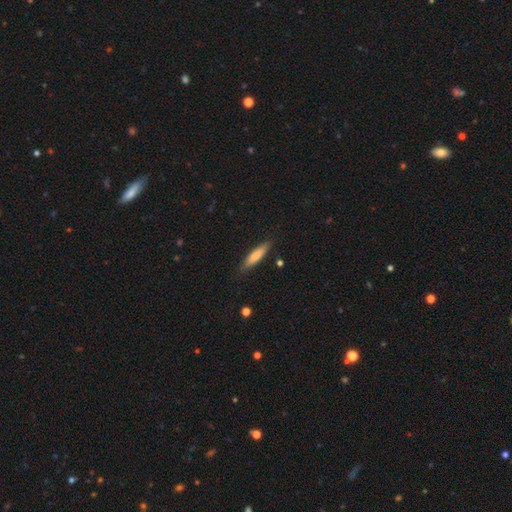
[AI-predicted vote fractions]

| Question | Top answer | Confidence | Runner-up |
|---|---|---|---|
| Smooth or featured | smooth | 76% | featured or disk (18%) |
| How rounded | cigar-shaped | 80% | in between (18%) |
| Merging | none | 84% | minor disturbance (12%) |